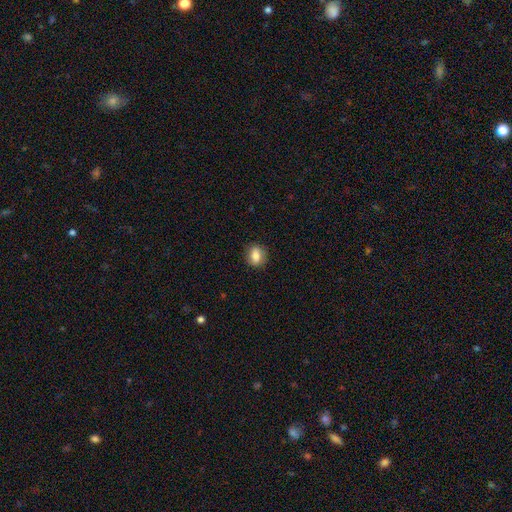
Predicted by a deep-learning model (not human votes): The model was most divided on "how rounded": in between: 55%, round: 43%, cigar-shaped: 2%. More confident: merging — none (84%); smooth or featured — smooth (79%).